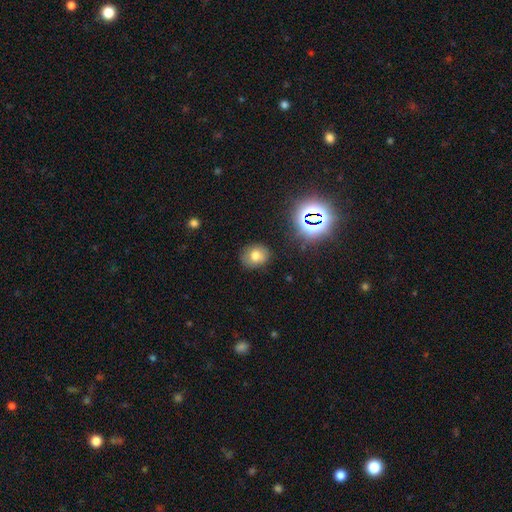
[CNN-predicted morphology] This appears to be a smooth galaxy with no disk features (68%) that is round (61%). Merging: none (82%).